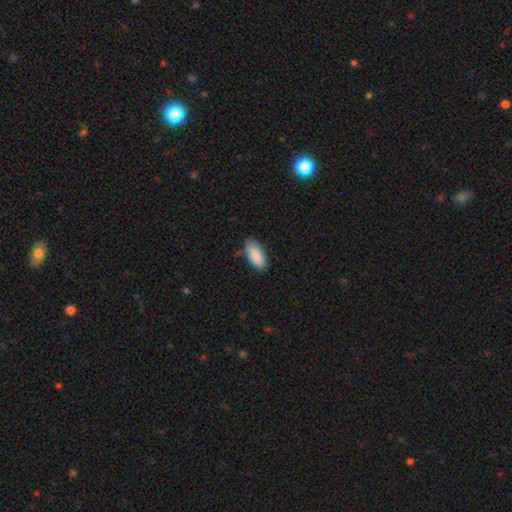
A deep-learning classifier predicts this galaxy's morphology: Smooth or featured?
  - smooth: 89% *
  - star or artifact: 6%
  - featured or disk: 5%
How rounded?
  - in between: 85% *
  - cigar-shaped: 13%
  - round: 2%
Merging?
  - none: 77% *
  - minor disturbance: 19%
  - major disturbance: 3%
  - merger: 2%